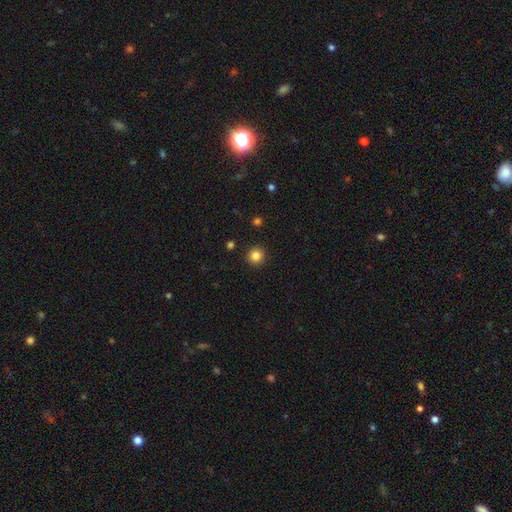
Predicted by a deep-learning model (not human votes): smooth 84%, star or artifact 12%, featured or disk 4%. Down the decision tree: how rounded — round (95%); merging — none (92%).